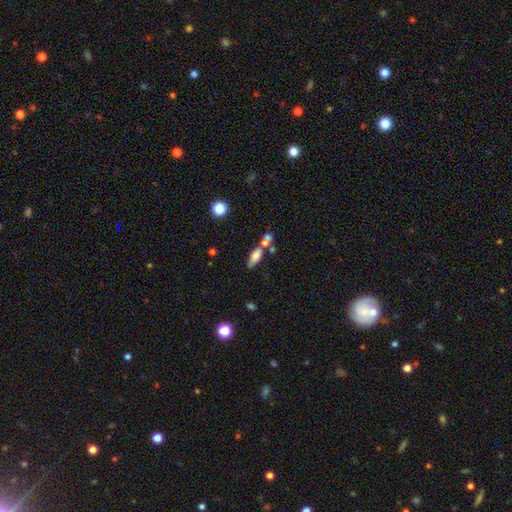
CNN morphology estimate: Smooth or featured?
  - smooth: 69% *
  - featured or disk: 21%
  - star or artifact: 10%
How rounded?
  - in between: 64% *
  - cigar-shaped: 32%
  - round: 5%
Merging?
  - none: 48% *
  - merger: 31%
  - minor disturbance: 15%
  - major disturbance: 6%